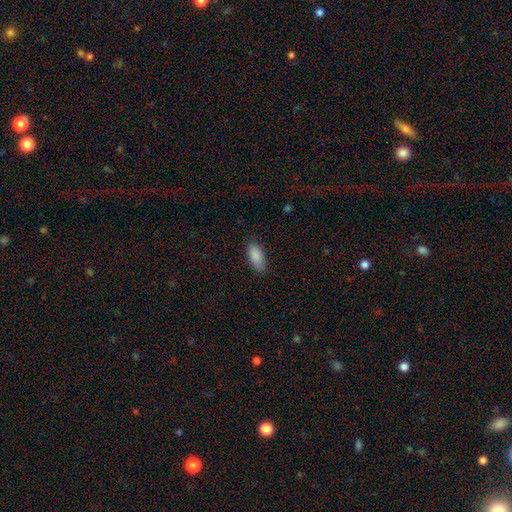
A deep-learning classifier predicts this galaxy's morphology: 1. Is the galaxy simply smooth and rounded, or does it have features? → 88% smooth, 7% star or artifact, 5% featured or disk.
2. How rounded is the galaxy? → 85% in between, 13% cigar-shaped, 2% round.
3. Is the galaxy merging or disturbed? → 83% none, 14% minor disturbance, 3% major disturbance, 1% merger.